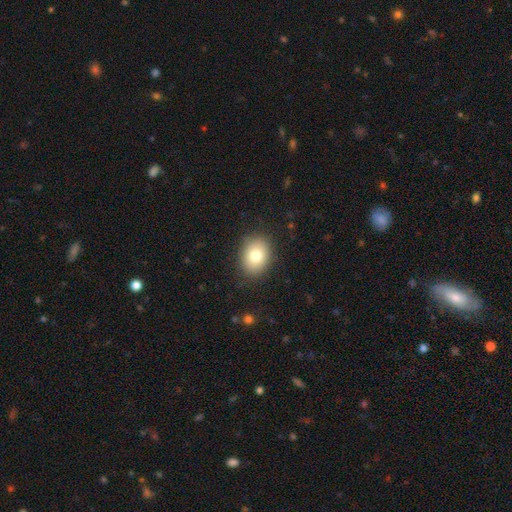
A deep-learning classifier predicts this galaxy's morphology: The model was most divided on "how rounded": in between: 64%, round: 36%, cigar-shaped: 1%. More confident: merging — none (86%); smooth or featured — smooth (80%).